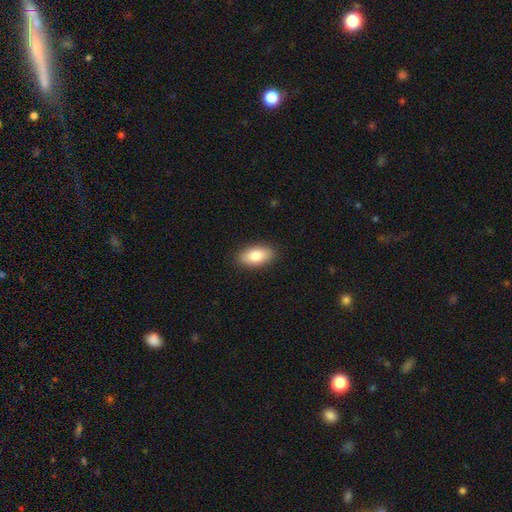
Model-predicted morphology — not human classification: Smooth or featured?
  - smooth: 84% *
  - featured or disk: 10%
  - star or artifact: 7%
How rounded?
  - in between: 92% *
  - cigar-shaped: 5%
  - round: 4%
Merging?
  - none: 89% *
  - minor disturbance: 8%
  - major disturbance: 2%
  - merger: 1%